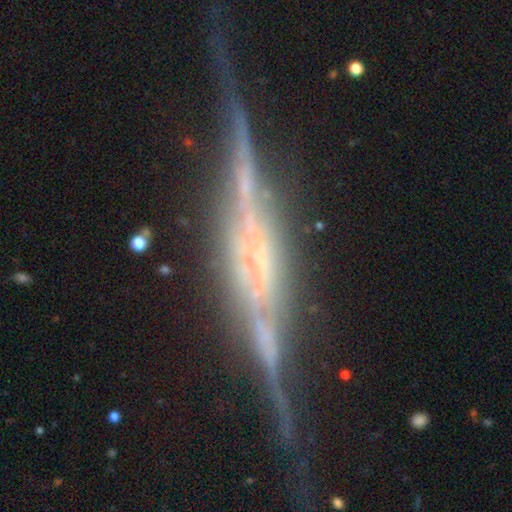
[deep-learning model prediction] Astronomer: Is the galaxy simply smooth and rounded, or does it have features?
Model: featured or disk — 87%.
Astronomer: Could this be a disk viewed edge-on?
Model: yes — 96%.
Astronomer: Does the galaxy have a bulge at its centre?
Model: boxy — 51% (runner-up: rounded, 32%).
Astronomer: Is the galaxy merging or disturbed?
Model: none — 77%.